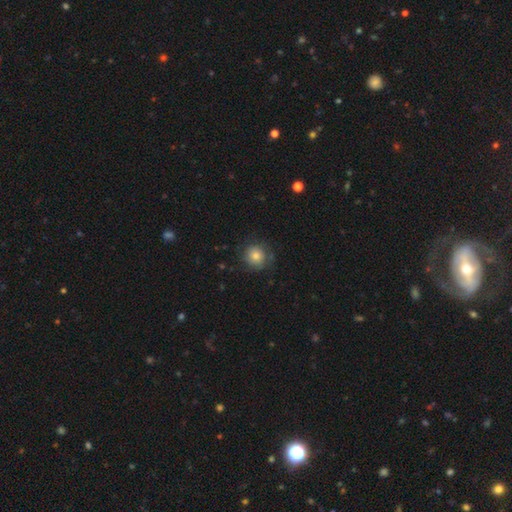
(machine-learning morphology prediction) Smooth or featured: smooth — 73% (featured or disk — 16%)
How rounded: round — 92% (in between — 8%)
Merging: none — 77% (minor disturbance — 16%)